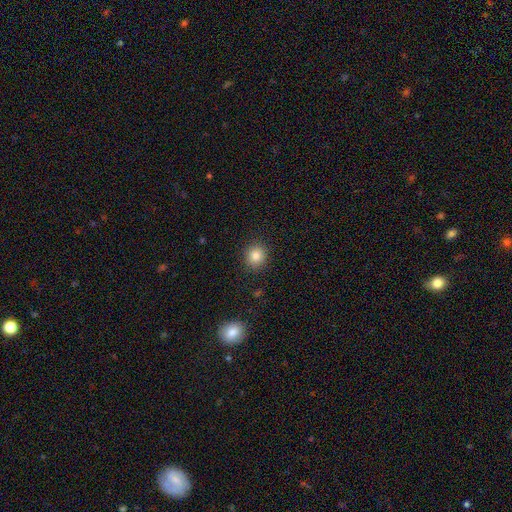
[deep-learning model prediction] Smooth or featured? smooth (84%)
How rounded? round (87%)
Merging? none (90%)